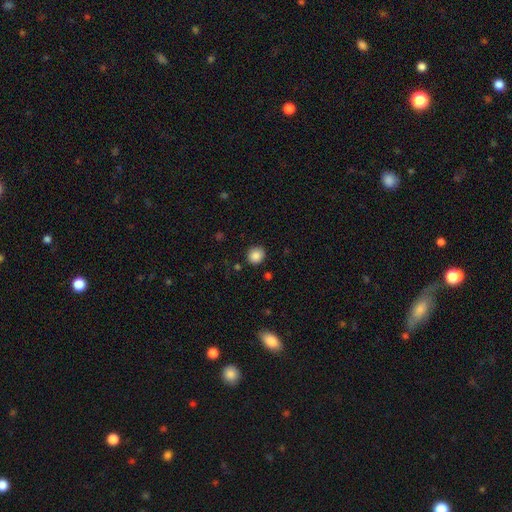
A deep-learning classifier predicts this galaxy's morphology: Overall: smooth (87%). How rounded: round (83%). Merging: none (88%).